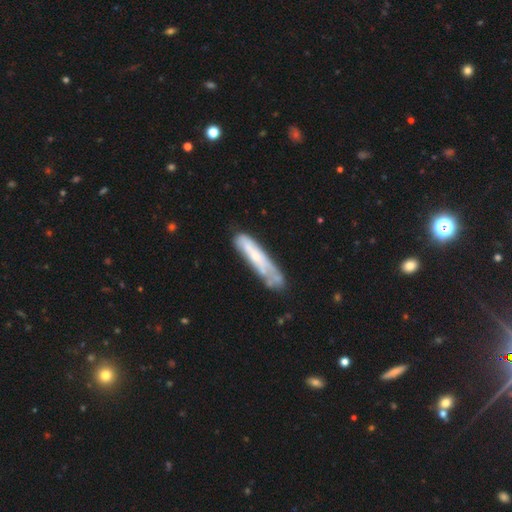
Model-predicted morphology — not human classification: smooth_or_featured: featured or disk (p=0.49) [alt: smooth p=0.44]
merging: none (p=0.56) [alt: minor disturbance p=0.26]